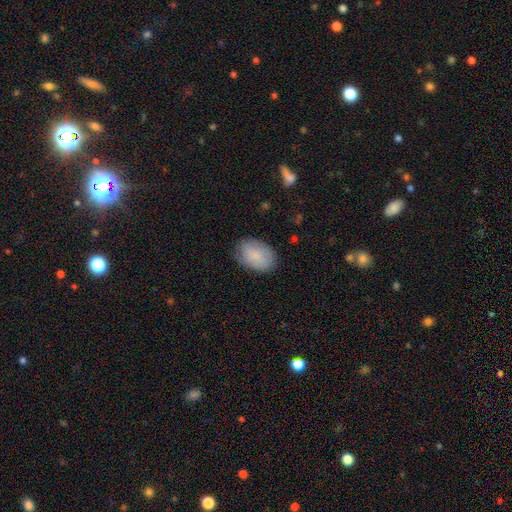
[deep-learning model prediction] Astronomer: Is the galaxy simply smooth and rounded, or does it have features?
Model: smooth — 79%.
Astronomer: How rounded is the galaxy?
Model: in between — 86%.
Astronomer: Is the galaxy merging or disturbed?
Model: none — 82%.